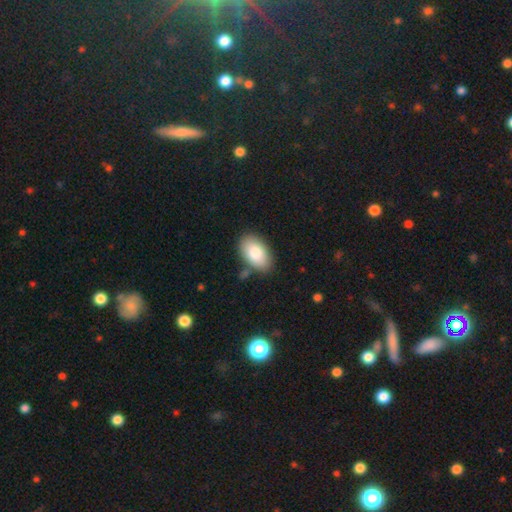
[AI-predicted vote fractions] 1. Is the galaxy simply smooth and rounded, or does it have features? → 85% smooth, 9% featured or disk, 6% star or artifact.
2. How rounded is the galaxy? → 94% in between, 5% round, 1% cigar-shaped.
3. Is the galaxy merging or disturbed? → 78% none, 14% minor disturbance, 5% merger, 3% major disturbance.